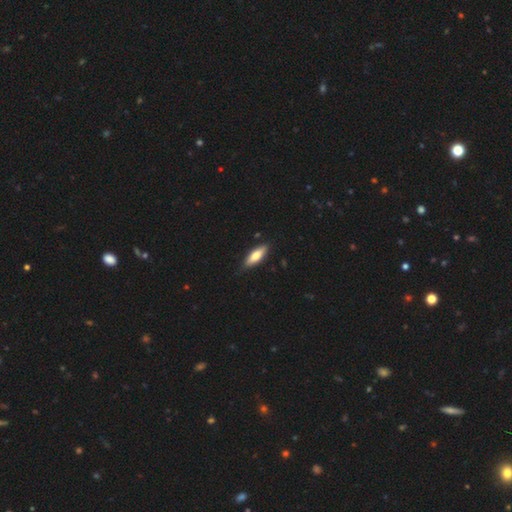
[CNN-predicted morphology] The model was most divided on "how rounded": in between: 52%, cigar-shaped: 46%, round: 2%. More confident: merging — none (85%); smooth or featured — smooth (68%).